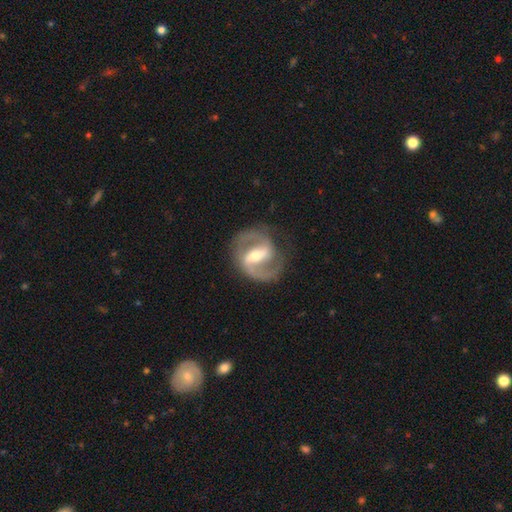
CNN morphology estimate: smooth-or-featured: featured or disk: 91% | smooth: 5% | star or artifact: 4%
  disk-edge-on: no: 97% | yes: 3%
    bar: strong: 53% | weak: 36% | no: 10%
    has-spiral-arms: yes: 96% | no: 4%
      spiral-winding: medium: 59% | tight: 25% | loose: 16%
      spiral-arm-count: 2: 92% | can't tell: 3% | 1: 3% | 3: 1% | 4: 1% | more than 4: 1%
    bulge-size: moderate: 61% | small: 31% | large: 5% | none: 1% | dominant: 1%
  merging: none: 82% | minor disturbance: 12% | major disturbance: 5% | merger: 1%